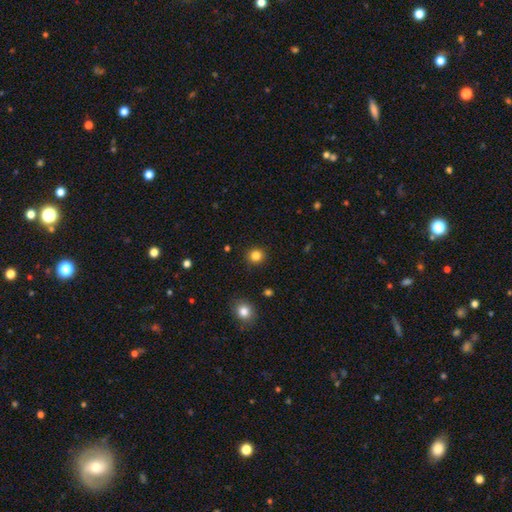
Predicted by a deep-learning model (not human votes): Overall: smooth (84%). How rounded: round (90%). Merging: none (91%).